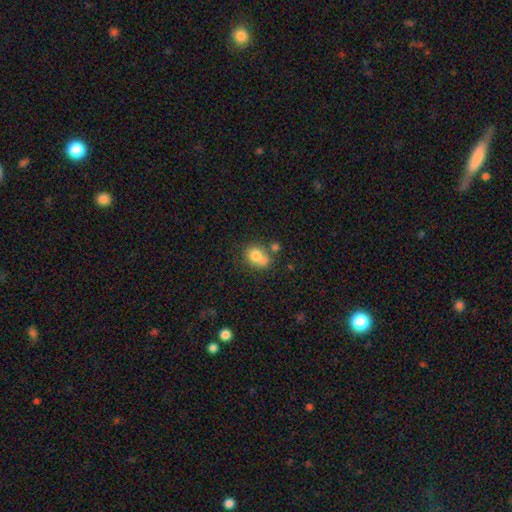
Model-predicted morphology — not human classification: Overall: smooth (76%). How rounded: round (60%; in between 39%). Merging: none (40%; merger 35%).